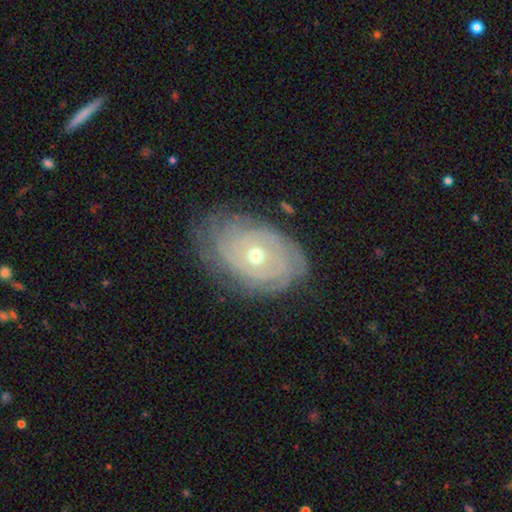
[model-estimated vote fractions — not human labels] smooth_or_featured: featured or disk (p=0.82) [alt: smooth p=0.11]
disk_edge_on: no (p=0.95) [alt: yes p=0.05]
bar: no (p=0.81) [alt: weak p=0.15]
has_spiral_arms: yes (p=0.90) [alt: no p=0.10]
spiral_winding: tight (p=0.84) [alt: medium p=0.12]
spiral_arm_count: can't tell (p=0.48) [alt: 2 p=0.14]
bulge_size: moderate (p=0.55) [alt: small p=0.42]
merging: none (p=0.75) [alt: minor disturbance p=0.18]